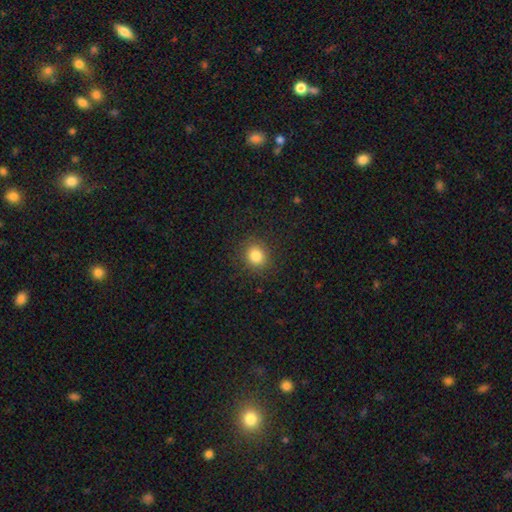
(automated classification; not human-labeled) The model was most divided on "how rounded": round: 75%, in between: 24%, cigar-shaped: 1%. More confident: merging — none (88%); smooth or featured — smooth (83%).